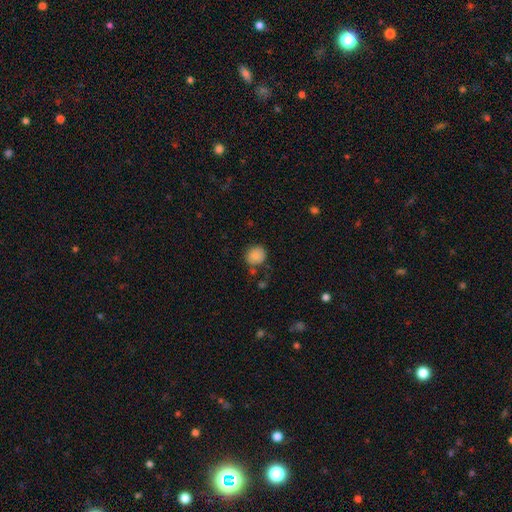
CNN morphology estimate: Q: Smooth or featured?
A: smooth (85%); runner-up: star or artifact (9%)
Q: How rounded?
A: round (79%); runner-up: in between (20%)
Q: Merging?
A: none (73%); runner-up: minor disturbance (17%)